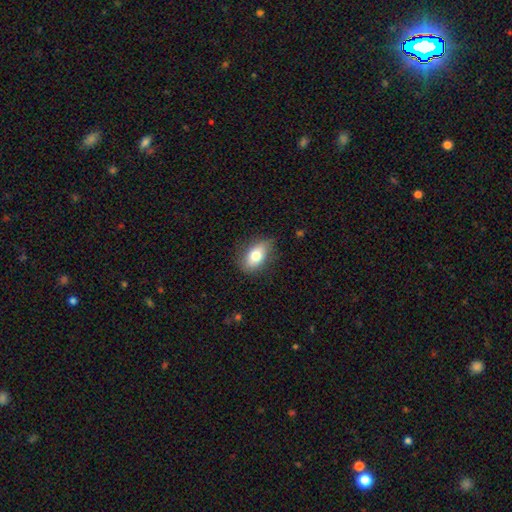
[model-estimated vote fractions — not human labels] Smooth or featured? smooth (74%)
How rounded? in between (85%)
Merging? none (78%)